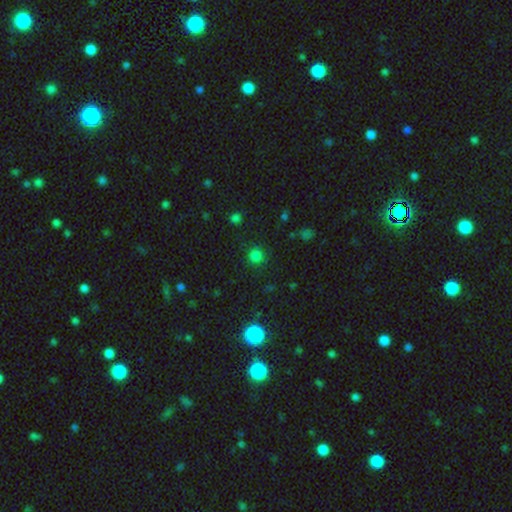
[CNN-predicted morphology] This is likely a smooth galaxy (76%). How rounded: clearly round (93%). Merging: clearly none (87%).